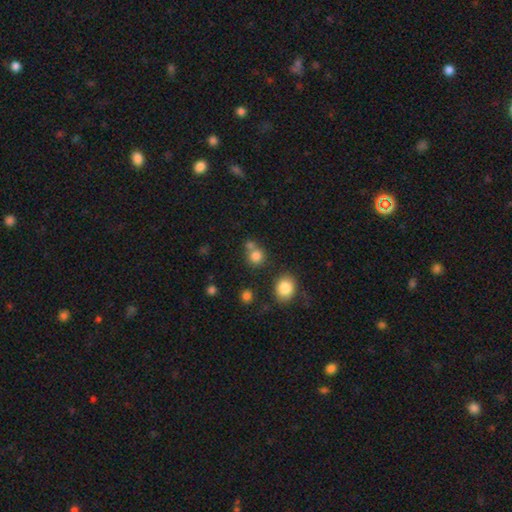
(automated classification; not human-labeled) Overall: smooth (80%). How rounded: round (86%). Merging: none (57%; merger 31%).